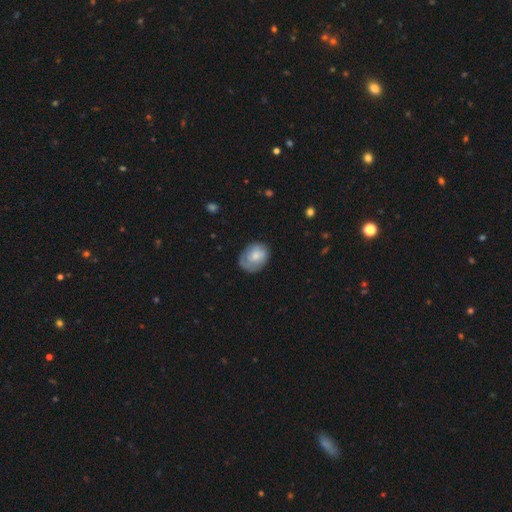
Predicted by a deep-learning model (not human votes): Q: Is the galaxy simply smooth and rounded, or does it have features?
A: smooth — 62%.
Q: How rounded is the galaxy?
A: in between — 53%.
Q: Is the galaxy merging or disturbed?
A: none — 66%.